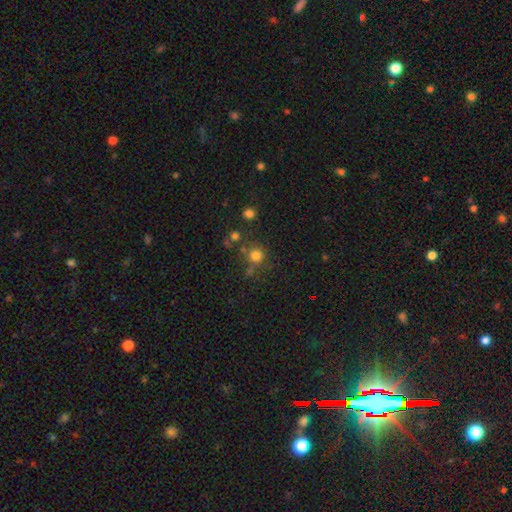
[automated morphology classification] type=smooth (76%); roundness=round (91%); merging=none (68%).